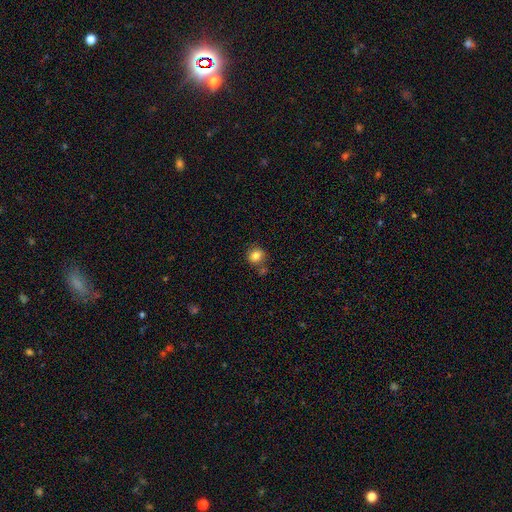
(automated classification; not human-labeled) Overall: smooth (82%). How rounded: round (80%). Merging: none (74%).